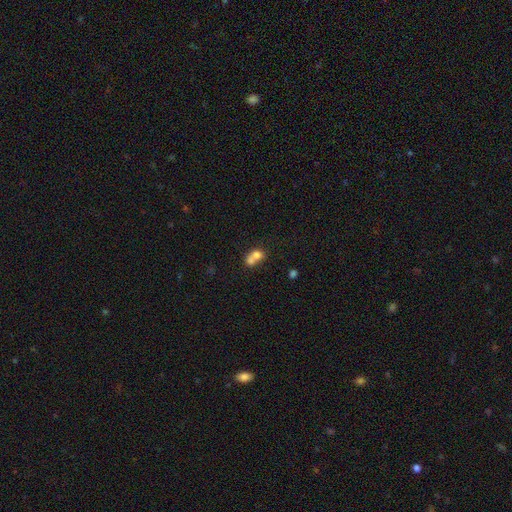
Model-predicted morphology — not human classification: smooth 70%, featured or disk 19%, star or artifact 10%. Down the decision tree: how rounded — round (57%); merging — merger (71%).